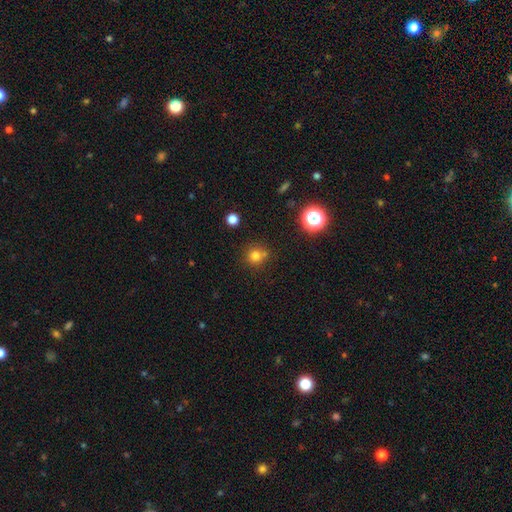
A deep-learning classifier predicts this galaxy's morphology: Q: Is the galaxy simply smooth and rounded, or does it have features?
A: smooth — 77%.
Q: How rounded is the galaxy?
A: round — 89%.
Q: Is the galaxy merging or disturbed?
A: none — 69%.